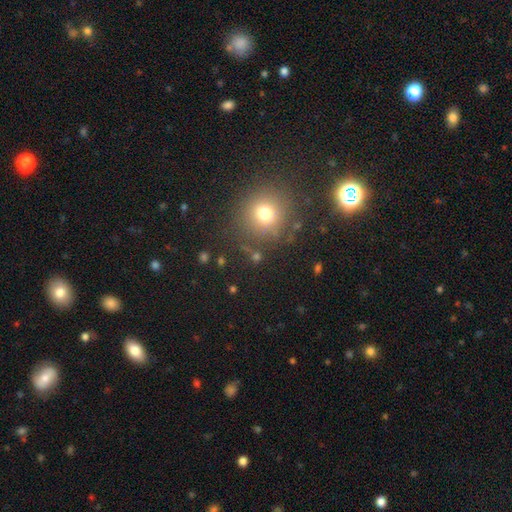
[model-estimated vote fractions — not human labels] Overall: smooth (59%; star or artifact 31%). How rounded: round (87%). Merging: none (83%).